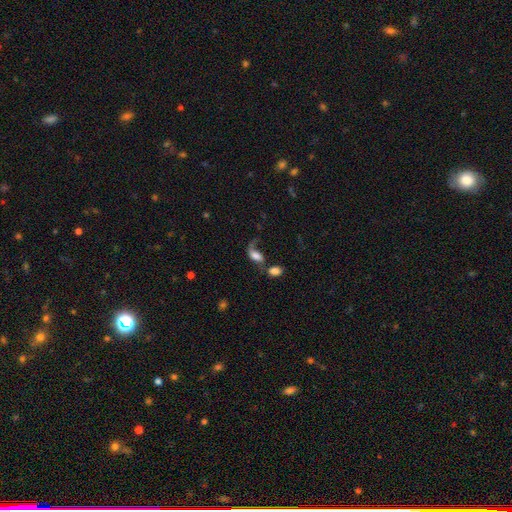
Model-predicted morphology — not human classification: The model was most divided on "merging": merger: 35%, major disturbance: 29%, none: 23%, minor disturbance: 13%. More confident: how rounded — in between (82%); smooth or featured — smooth (51%).